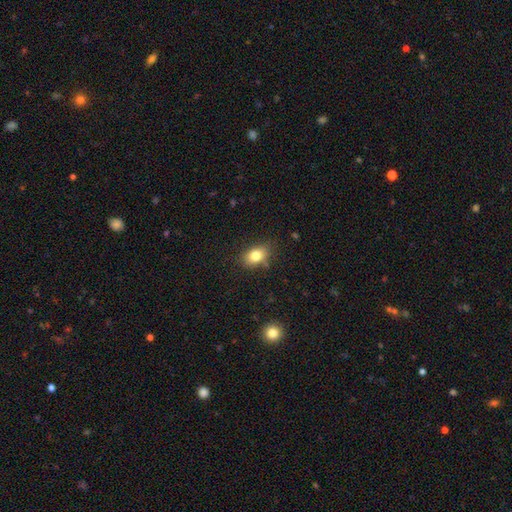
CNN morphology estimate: Smooth or featured: smooth — 80% (featured or disk — 10%)
How rounded: in between — 78% (round — 20%)
Merging: none — 78% (minor disturbance — 16%)